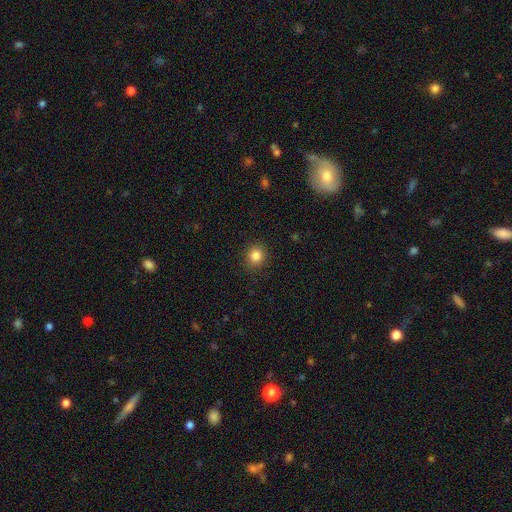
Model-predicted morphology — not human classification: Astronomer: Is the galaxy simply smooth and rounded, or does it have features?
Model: smooth — 85%.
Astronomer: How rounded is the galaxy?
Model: round — 81%.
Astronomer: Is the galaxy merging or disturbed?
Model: none — 89%.